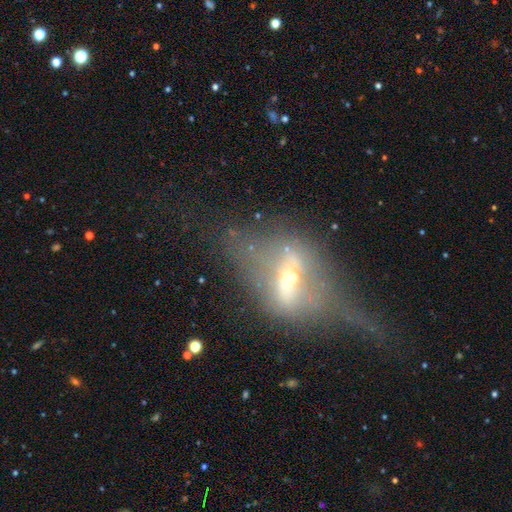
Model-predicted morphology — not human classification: The model was most divided on "merging": none: 38%, major disturbance: 37%, minor disturbance: 20%, merger: 5%. More confident: smooth or featured — featured or disk (70%); edge-on disk — yes (52%).